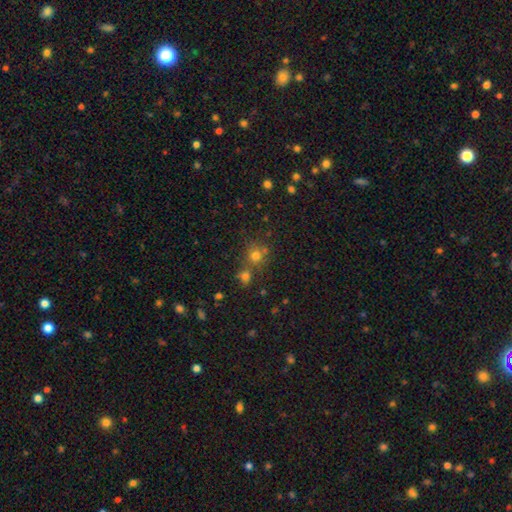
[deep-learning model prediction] This is likely a smooth galaxy (68%). How rounded: clearly round (87%). Merging: likely none (61%).